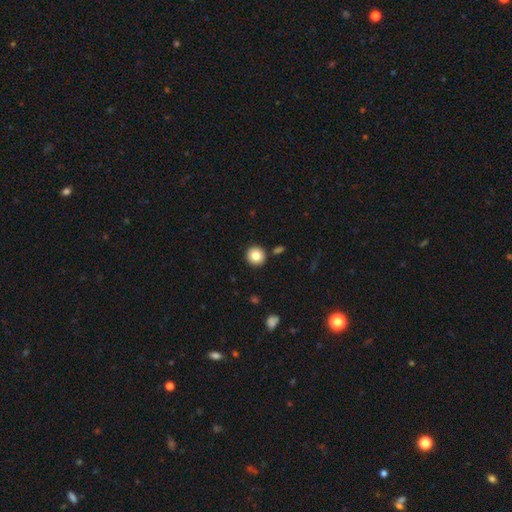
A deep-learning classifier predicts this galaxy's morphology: This appears to be a smooth galaxy with no disk features (83%) that is round (94%). Merging: none (90%).